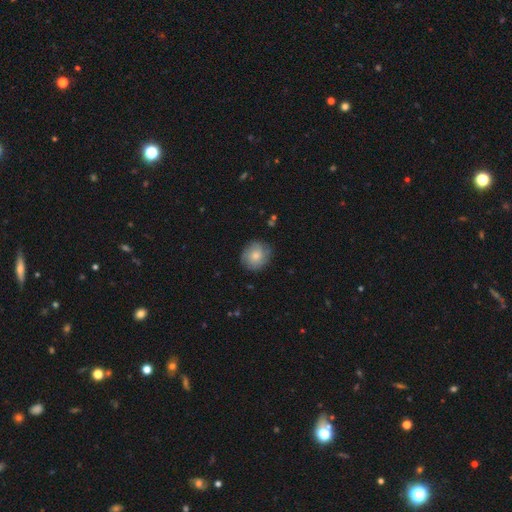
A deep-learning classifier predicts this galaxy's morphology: Smooth or featured? smooth (60%)
How rounded? round (84%)
Merging? none (79%)